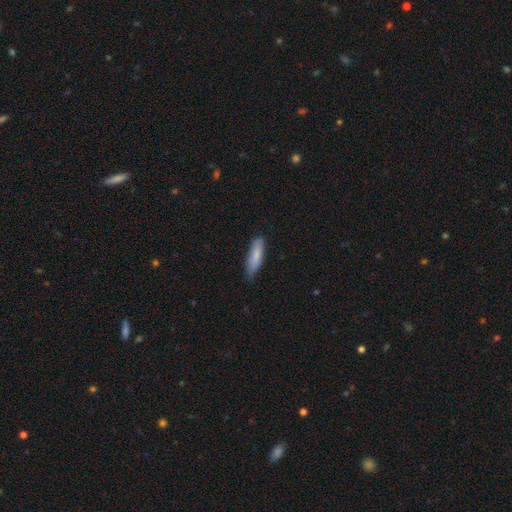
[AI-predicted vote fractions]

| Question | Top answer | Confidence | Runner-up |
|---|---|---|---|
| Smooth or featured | smooth | 81% | featured or disk (14%) |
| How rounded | cigar-shaped | 59% | in between (39%) |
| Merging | none | 74% | minor disturbance (21%) |